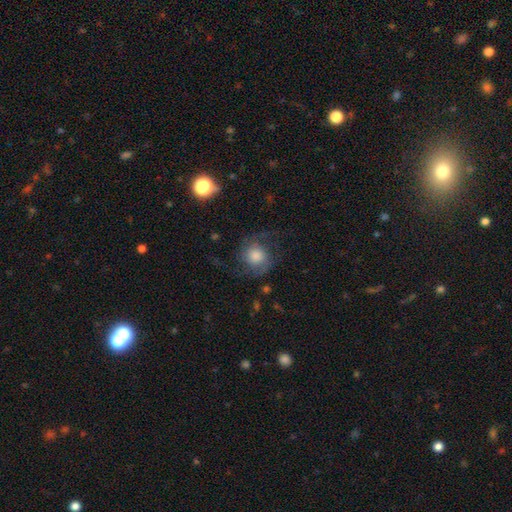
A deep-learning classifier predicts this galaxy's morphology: This appears to be a featured or disk galaxy (62%) with no bar (75%), 2 (87%) medium (44%) spiral arms (94%) and a large central bulge (41%). Merging: none (69%).